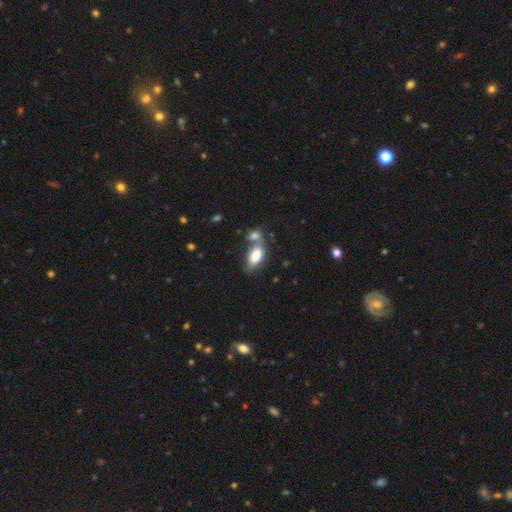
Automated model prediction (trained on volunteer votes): smooth 81%, featured or disk 12%, star or artifact 7%. Down the decision tree: how rounded — in between (90%); merging — merger (44%).